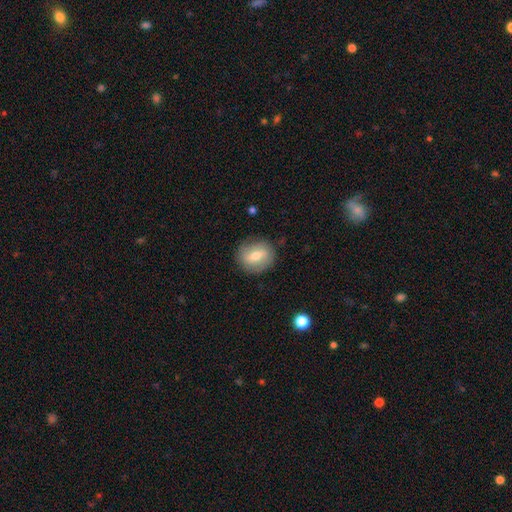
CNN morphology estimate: The model was most divided on "smooth or featured": smooth: 60%, featured or disk: 32%, star or artifact: 8%. More confident: merging — none (83%); how rounded — round (64%).